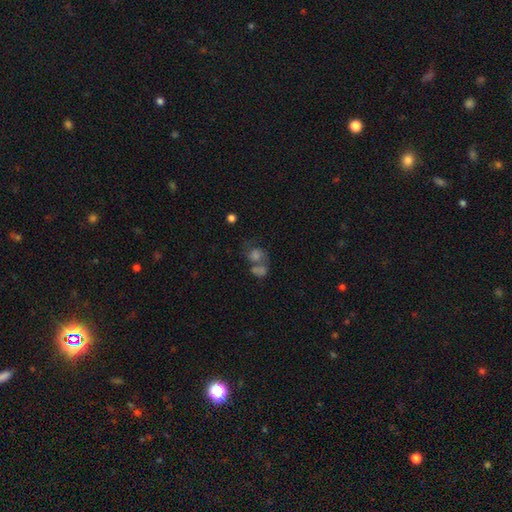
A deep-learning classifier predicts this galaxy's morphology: This appears to be a smooth galaxy with no disk features (41%). Merging: merger (46%).